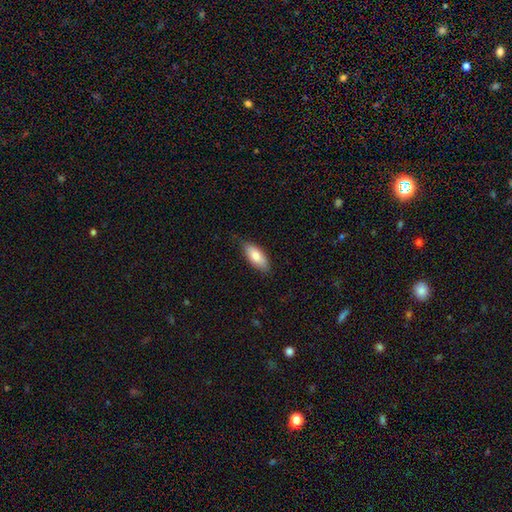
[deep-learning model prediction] Smooth or featured: smooth — 78% (featured or disk — 16%)
How rounded: in between — 84% (cigar-shaped — 14%)
Merging: none — 77% (minor disturbance — 19%)